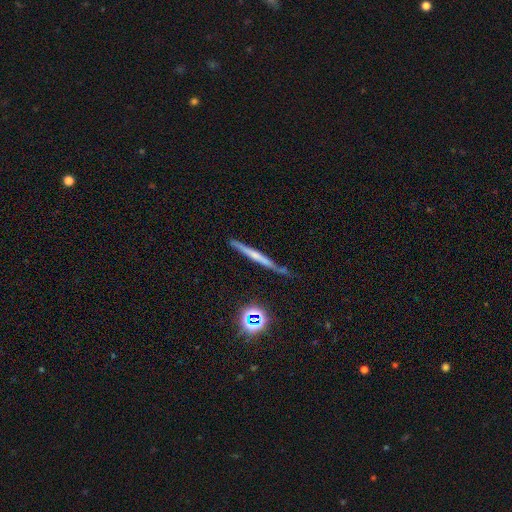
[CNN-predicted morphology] type=featured or disk (52%); edge-on=yes (95%); merging=none (75%).